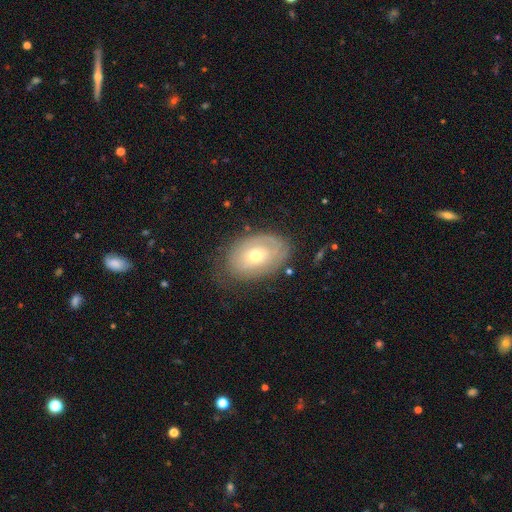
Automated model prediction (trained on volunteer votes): This is possibly a featured or disk galaxy (57%). It is clearly not viewed edge-on (92%). Bar: clearly no (82%). Spiral arm pattern: possibly yes (54%). Central bulge: possibly moderate (58%). Merging: likely none (68%).